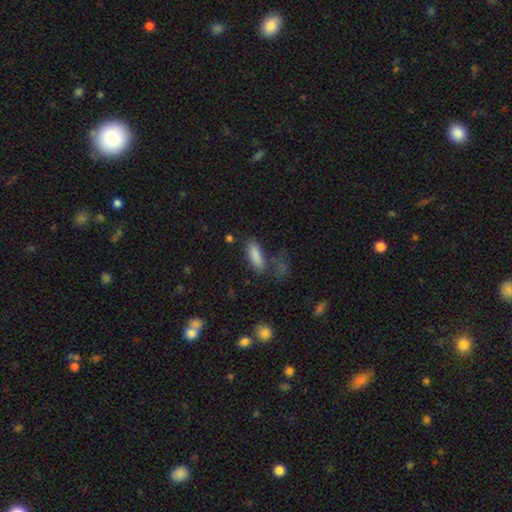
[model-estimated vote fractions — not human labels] Smooth or featured? Predicted: smooth (p=0.85). How rounded? Predicted: in between (p=0.71). Merging? Predicted: none (p=0.59).